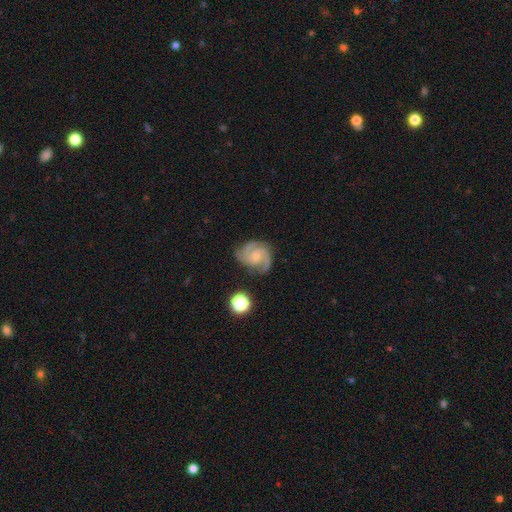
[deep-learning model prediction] Smooth or featured?
  - featured or disk: 88% *
  - smooth: 7%
  - star or artifact: 5%
Edge-on disk?
  - no: 98% *
  - yes: 2%
Bar?
  - no: 59% *
  - weak: 35%
  - strong: 6%
Spiral arms?
  - yes: 98% *
  - no: 2%
Spiral winding?
  - medium: 48% *
  - tight: 43%
  - loose: 8%
Spiral arm count?
  - 2: 51% *
  - 3: 33%
  - can't tell: 6%
  - 4: 4%
  - 1: 3%
  - more than 4: 3%
Bulge size?
  - small: 48% *
  - moderate: 28%
  - none: 20%
  - large: 3%
  - dominant: 1%
Merging?
  - none: 73% *
  - minor disturbance: 17%
  - major disturbance: 8%
  - merger: 2%